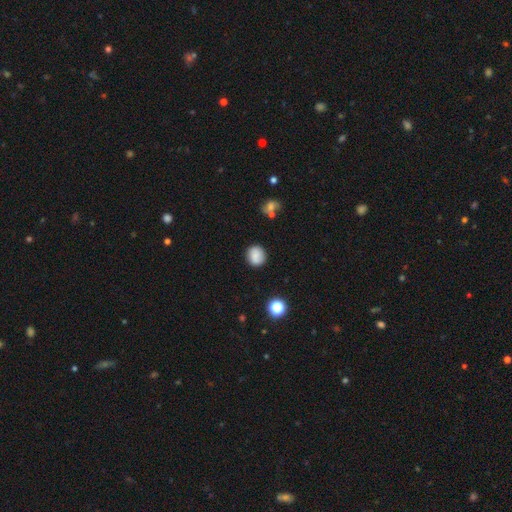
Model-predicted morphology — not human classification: Smooth or featured: smooth — 82% (star or artifact — 10%)
How rounded: round — 83% (in between — 16%)
Merging: none — 84% (minor disturbance — 11%)